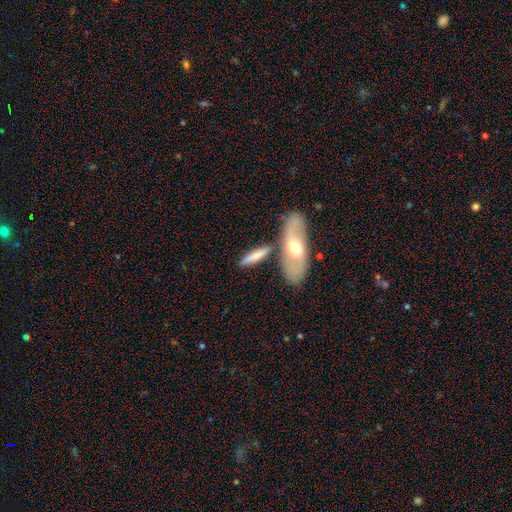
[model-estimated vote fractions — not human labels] smooth-or-featured: smooth: 65% | featured or disk: 29% | star or artifact: 5%
  how-rounded: cigar-shaped: 71% | in between: 26% | round: 3%
  merging: none: 63% | merger: 20% | minor disturbance: 13% | major disturbance: 4%